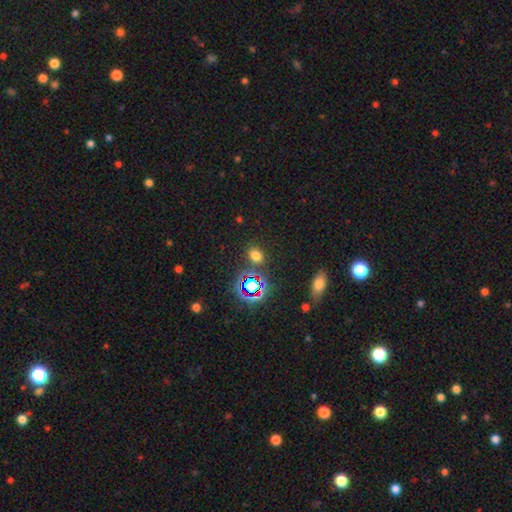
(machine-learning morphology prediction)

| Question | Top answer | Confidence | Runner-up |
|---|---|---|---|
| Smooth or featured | smooth | 65% | star or artifact (29%) |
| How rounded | in between | 63% | round (35%) |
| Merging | none | 81% | minor disturbance (10%) |